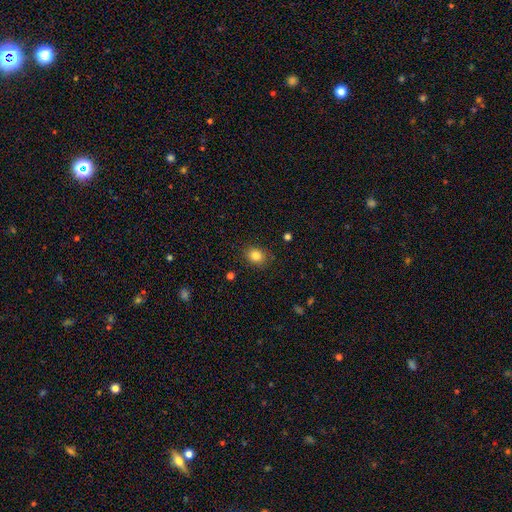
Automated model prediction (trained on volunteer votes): Smooth or featured?
  - smooth: 83% *
  - star or artifact: 11%
  - featured or disk: 6%
How rounded?
  - round: 54% *
  - in between: 45%
  - cigar-shaped: 1%
Merging?
  - none: 85% *
  - minor disturbance: 11%
  - major disturbance: 3%
  - merger: 1%